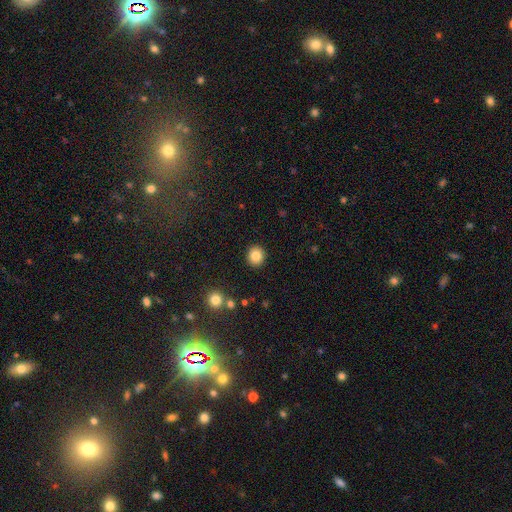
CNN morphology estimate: A smooth galaxy with no disk features (84%) that is round (84%).

Vote fractions:
- Smooth or featured? smooth: 84% / star or artifact: 10% / featured or disk: 6%
- How rounded? round: 84% / in between: 15% / cigar-shaped: 1%
- Merging? none: 91% / minor disturbance: 6% / major disturbance: 2% / merger: 1%